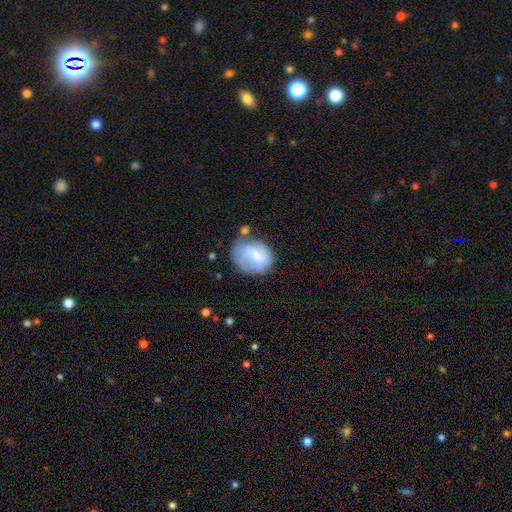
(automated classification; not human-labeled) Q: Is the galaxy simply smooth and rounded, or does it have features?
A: smooth — 54%.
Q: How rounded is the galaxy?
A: round — 57%.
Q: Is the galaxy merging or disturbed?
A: none — 41%.